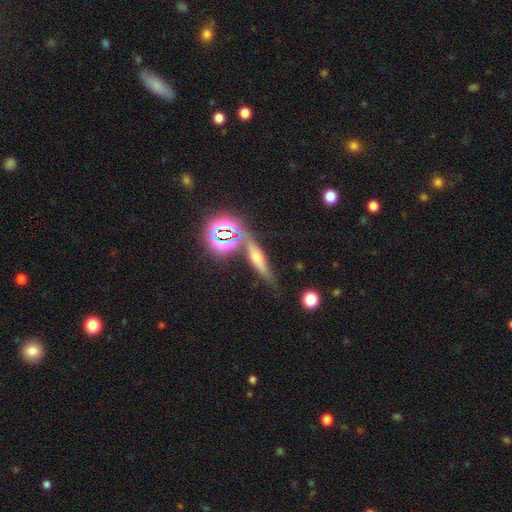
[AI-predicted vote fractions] A featured or disk galaxy (42%).

Vote fractions:
- Smooth or featured? featured or disk: 42% / smooth: 38% / star or artifact: 21%
- Merging? none: 69% / minor disturbance: 15% / merger: 11% / major disturbance: 5%